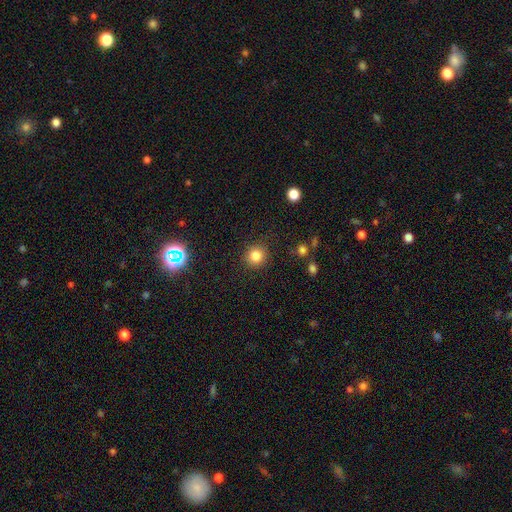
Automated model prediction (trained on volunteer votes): Smooth or featured: smooth — 82% (star or artifact — 13%)
How rounded: round — 91% (in between — 8%)
Merging: none — 89% (minor disturbance — 7%)